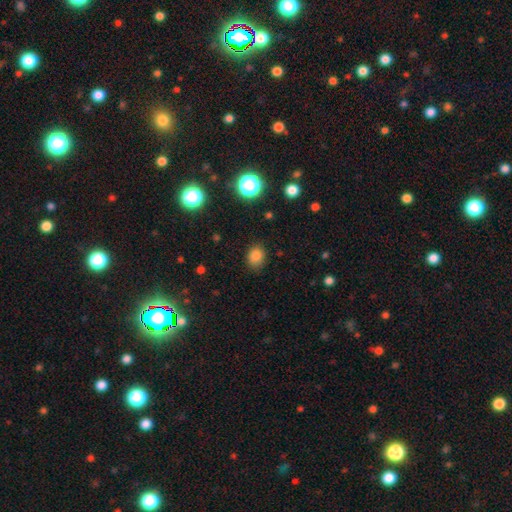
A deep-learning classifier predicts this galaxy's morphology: A smooth galaxy with no disk features (81%) that is round (52%).

Vote fractions:
- Smooth or featured? smooth: 81% / star or artifact: 14% / featured or disk: 5%
- How rounded? round: 52% / in between: 47% / cigar-shaped: 1%
- Merging? none: 83% / minor disturbance: 12% / major disturbance: 3% / merger: 1%